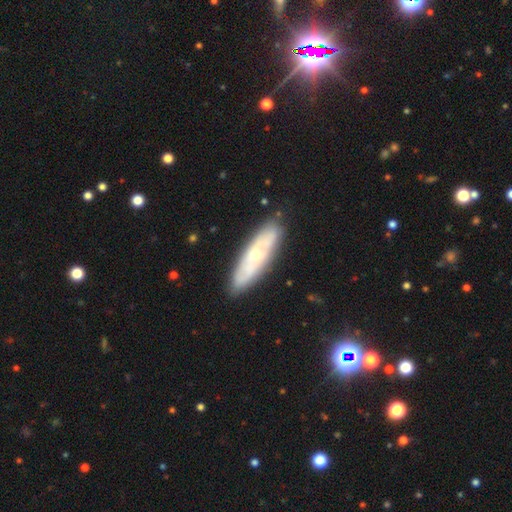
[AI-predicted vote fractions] smooth-or-featured: featured or disk: 53% | smooth: 40% | star or artifact: 7%
  disk-edge-on: no: 68% | yes: 32%
  merging: none: 83% | minor disturbance: 13% | major disturbance: 3% | merger: 2%